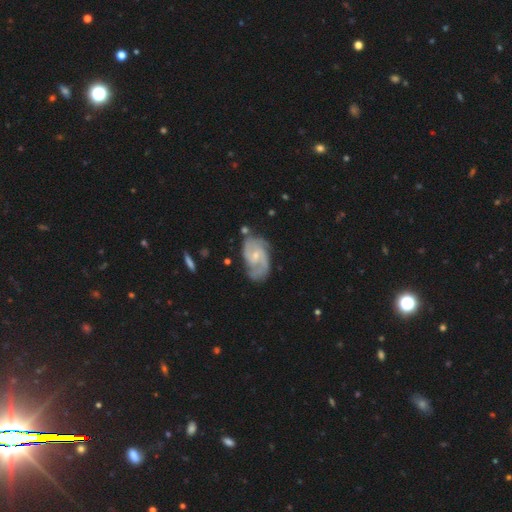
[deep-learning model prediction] Smooth or featured: featured or disk — 85% (smooth — 10%)
Edge-on disk: no — 97% (yes — 3%)
Bar: weak — 47% (no — 45%)
Spiral arms: yes — 96% (no — 4%)
Spiral winding: medium — 51% (tight — 30%)
Spiral arm count: 2 — 67% (3 — 13%)
Bulge size: small — 67% (moderate — 27%)
Merging: none — 64% (minor disturbance — 23%)